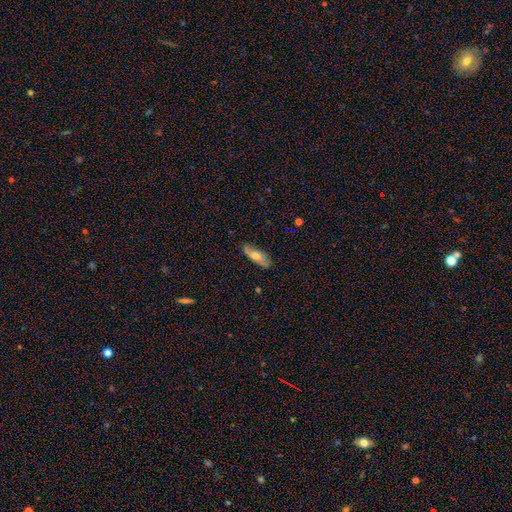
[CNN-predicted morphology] Smooth or featured: smooth — 57% (featured or disk — 36%)
How rounded: in between — 59% (cigar-shaped — 38%)
Merging: none — 73% (minor disturbance — 21%)